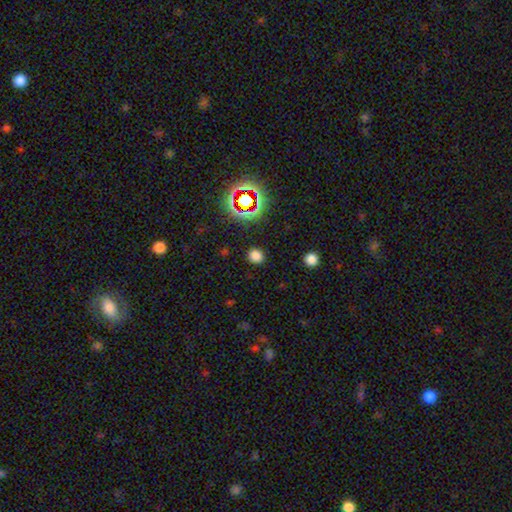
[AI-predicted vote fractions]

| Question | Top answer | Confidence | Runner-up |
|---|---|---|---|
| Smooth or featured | smooth | 76% | star or artifact (20%) |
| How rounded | round | 84% | in between (15%) |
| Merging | none | 89% | minor disturbance (7%) |